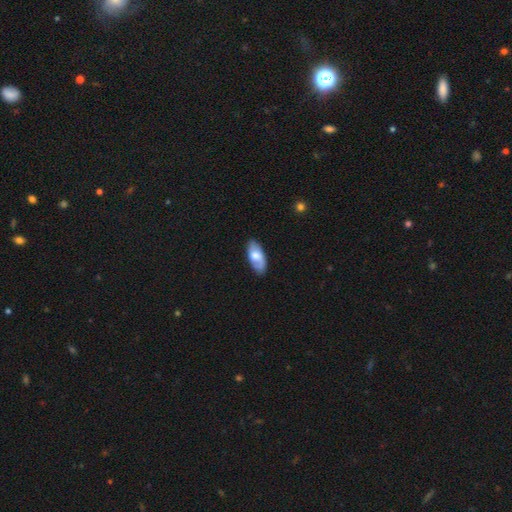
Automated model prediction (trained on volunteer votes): Morphology: type=smooth (57%); roundness=in between (90%); merging=none (80%).